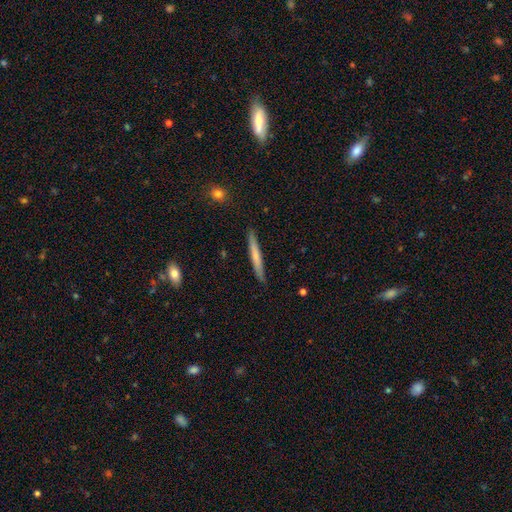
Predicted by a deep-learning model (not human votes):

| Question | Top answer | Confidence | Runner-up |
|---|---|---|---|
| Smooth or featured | smooth | 59% | featured or disk (35%) |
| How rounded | cigar-shaped | 96% | in between (3%) |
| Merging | none | 90% | minor disturbance (8%) |